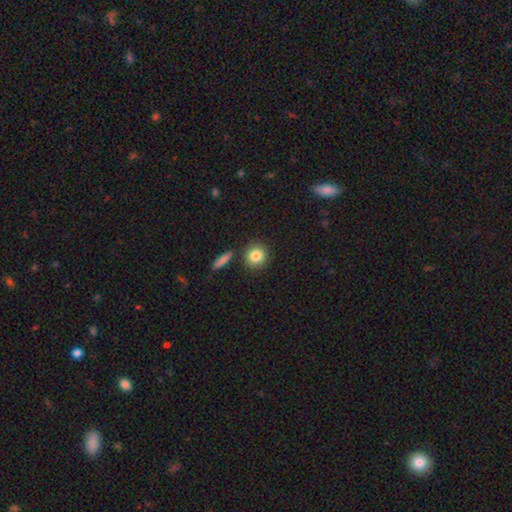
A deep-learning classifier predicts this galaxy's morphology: type=smooth (85%); roundness=round (84%); merging=none (83%).